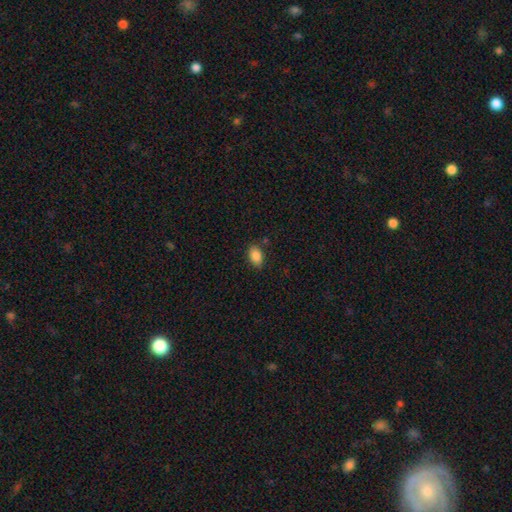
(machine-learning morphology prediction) Smooth or featured: smooth — 87% (star or artifact — 8%)
How rounded: in between — 89% (round — 9%)
Merging: none — 82% (minor disturbance — 12%)